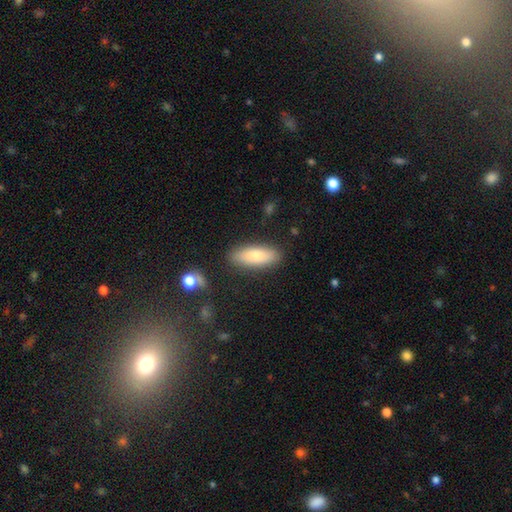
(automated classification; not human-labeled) Overall: smooth (77%). How rounded: in between (72%). Merging: none (85%).